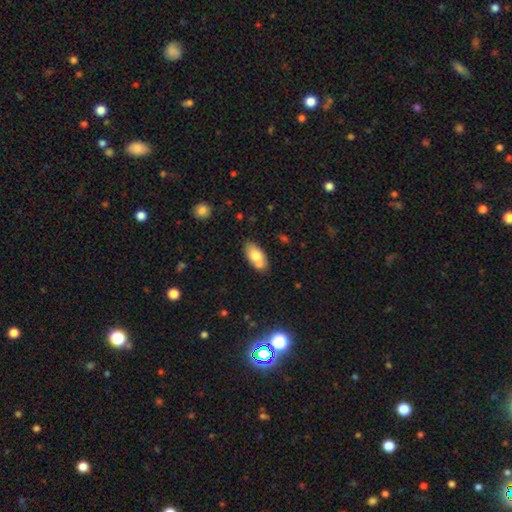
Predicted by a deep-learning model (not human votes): This appears to be a smooth galaxy with no disk features (73%) that is in between round and cigar-shaped (90%). Merging: none (58%).